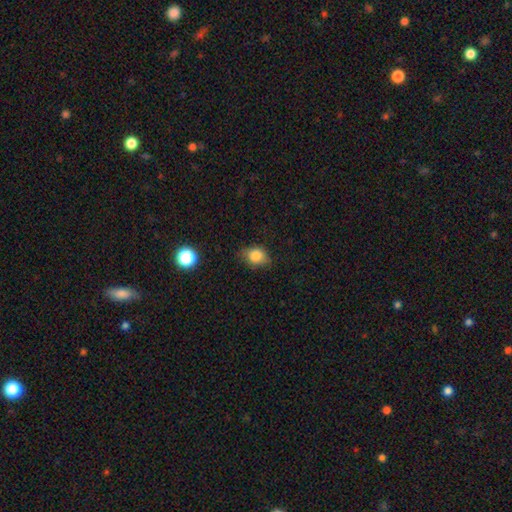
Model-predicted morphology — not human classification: Smooth or featured: smooth — 82% (star or artifact — 10%)
How rounded: in between — 57% (round — 42%)
Merging: none — 69% (minor disturbance — 24%)